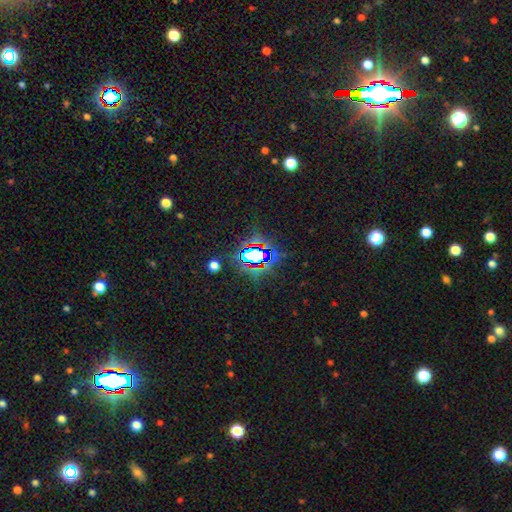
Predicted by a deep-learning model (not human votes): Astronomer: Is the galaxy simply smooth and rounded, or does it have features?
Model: star or artifact — 70%.